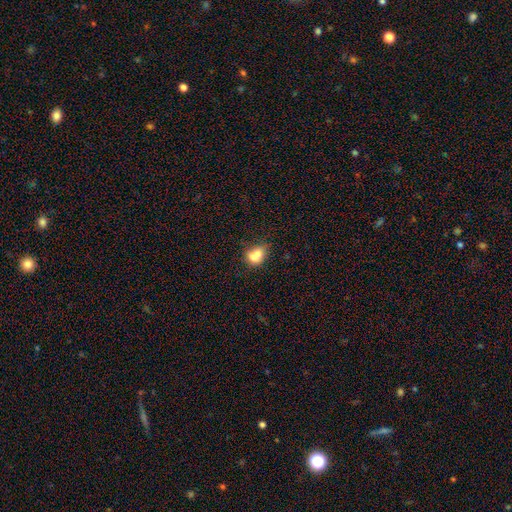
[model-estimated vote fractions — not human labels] smooth 73%, featured or disk 16%, star or artifact 10%. Down the decision tree: how rounded — in between (53%); merging — merger (48%).